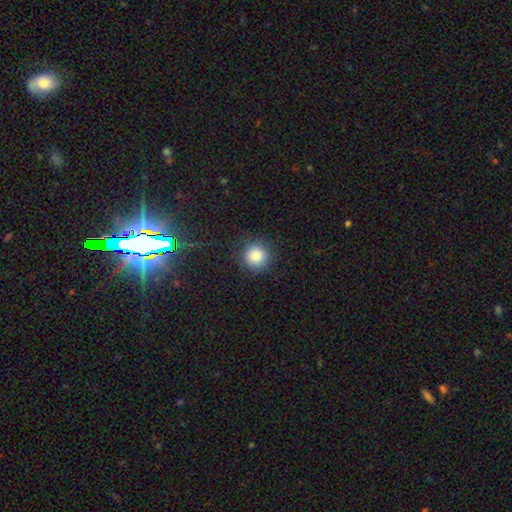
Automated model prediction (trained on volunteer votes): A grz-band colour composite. It shows a smooth galaxy with no disk features (85%) that is round (94%). Merging: none (88%).